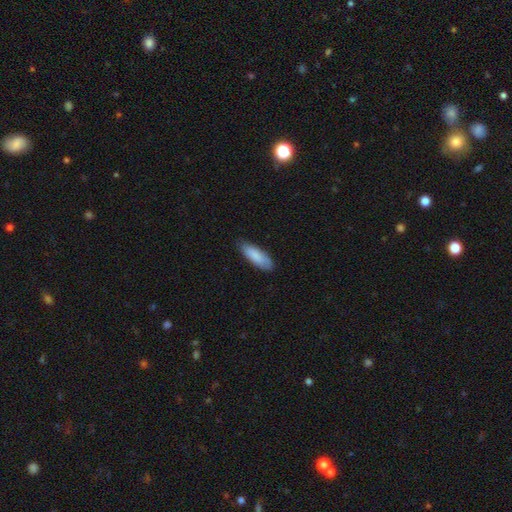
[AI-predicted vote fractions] Q: Smooth or featured?
A: smooth (86%); runner-up: featured or disk (9%)
Q: How rounded?
A: in between (62%); runner-up: cigar-shaped (37%)
Q: Merging?
A: none (81%); runner-up: minor disturbance (15%)